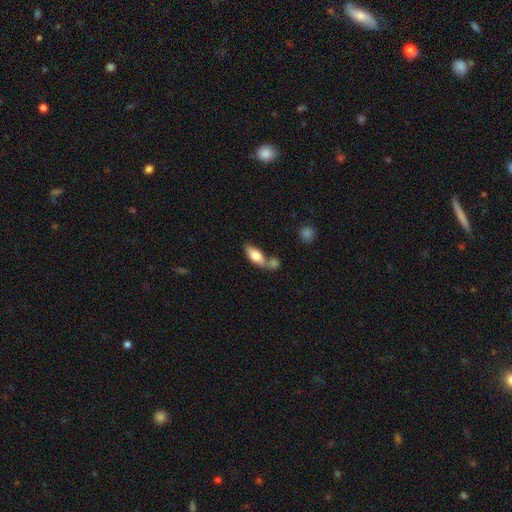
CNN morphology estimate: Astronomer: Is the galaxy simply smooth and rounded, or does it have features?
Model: smooth — 75%.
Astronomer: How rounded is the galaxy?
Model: in between — 81%.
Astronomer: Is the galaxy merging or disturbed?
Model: merger — 42% (runner-up: none, 39%).